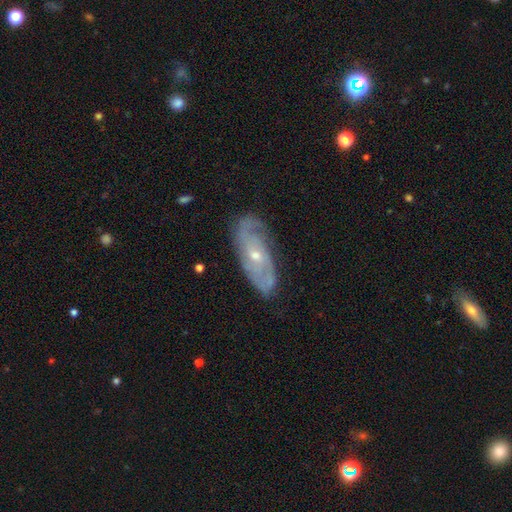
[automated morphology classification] smooth-or-featured: featured or disk: 82% | smooth: 12% | star or artifact: 6%
  disk-edge-on: no: 89% | yes: 11%
    bar: no: 68% | weak: 27% | strong: 5%
    has-spiral-arms: yes: 92% | no: 8%
      spiral-winding: tight: 47% | medium: 39% | loose: 14%
      spiral-arm-count: 2: 50% | can't tell: 27% | 3: 12% | 4: 4% | 1: 4% | more than 4: 3%
    bulge-size: small: 58% | moderate: 39% | large: 1% | none: 1% | dominant: 1%
  merging: none: 77% | minor disturbance: 17% | major disturbance: 4% | merger: 1%